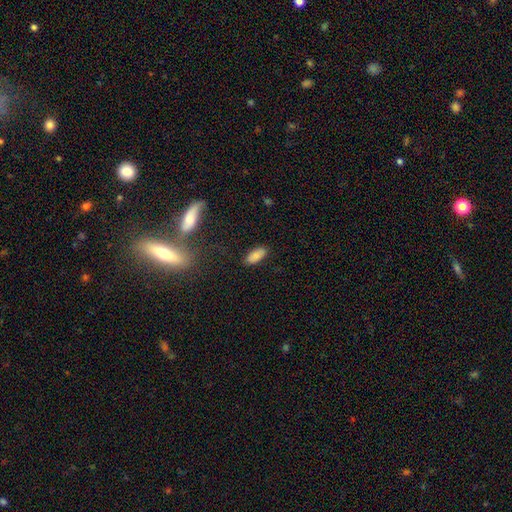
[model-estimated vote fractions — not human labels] A smooth galaxy with no disk features (80%) that is in between round and cigar-shaped (88%).

Vote fractions:
- Smooth or featured? smooth: 80% / featured or disk: 12% / star or artifact: 8%
- How rounded? in between: 88% / cigar-shaped: 10% / round: 2%
- Merging? none: 84% / minor disturbance: 11% / major disturbance: 3% / merger: 2%